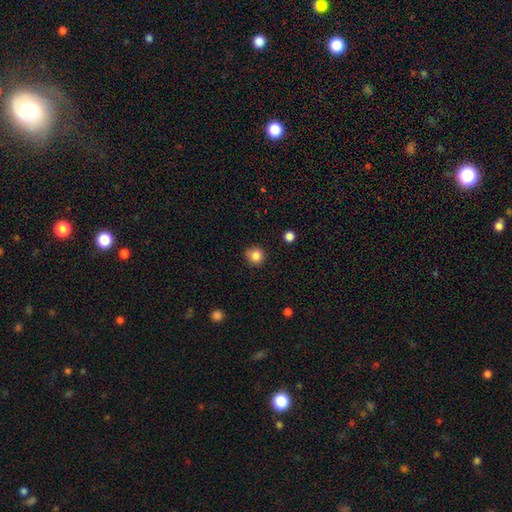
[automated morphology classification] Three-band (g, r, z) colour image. It shows a smooth galaxy with no disk features (85%) that is round (91%). Merging: none (83%).